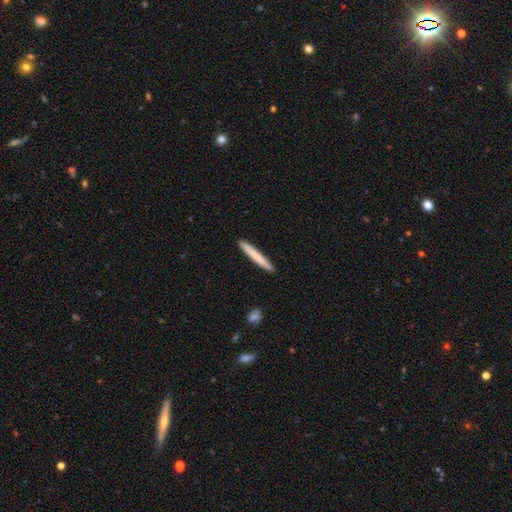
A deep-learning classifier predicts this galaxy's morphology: This is likely a smooth galaxy (75%). How rounded: clearly cigar-shaped (97%). Merging: clearly none (92%).